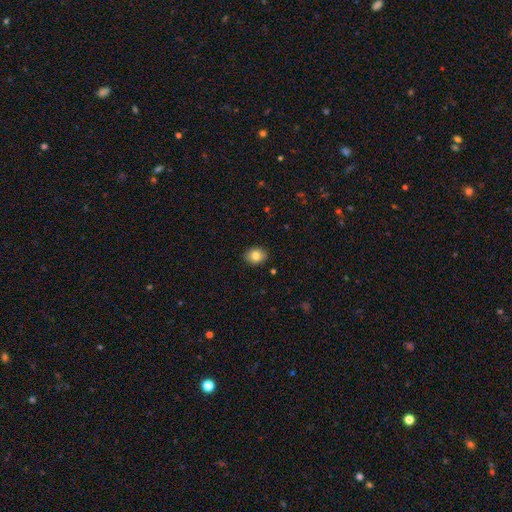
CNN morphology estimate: The model was most divided on "how rounded": round: 54%, in between: 45%, cigar-shaped: 1%. More confident: merging — none (89%); smooth or featured — smooth (82%).